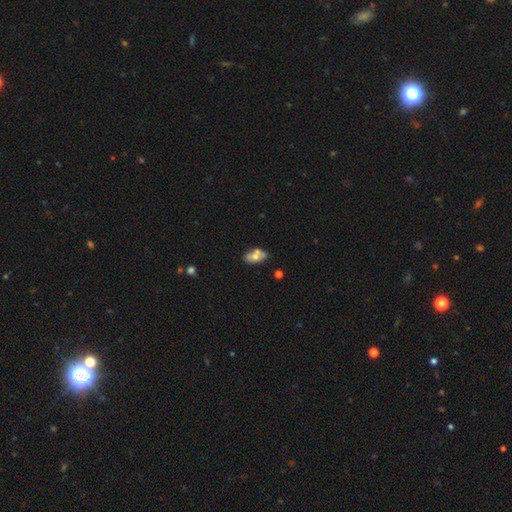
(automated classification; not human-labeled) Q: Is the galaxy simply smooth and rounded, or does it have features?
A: smooth — 56%.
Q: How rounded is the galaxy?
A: in between — 87%.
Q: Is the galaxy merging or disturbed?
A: none — 54%.